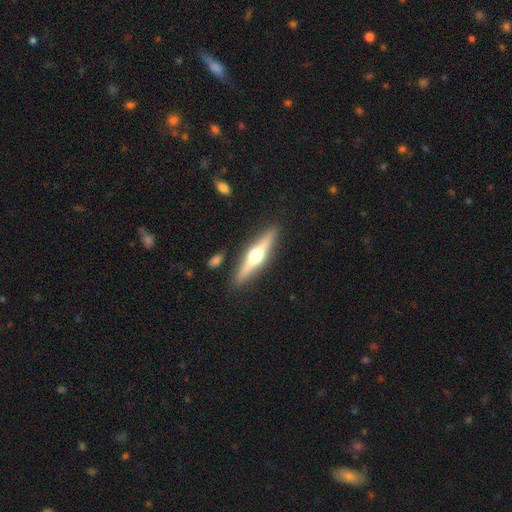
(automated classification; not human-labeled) The model was most divided on "smooth or featured": featured or disk: 70%, smooth: 25%, star or artifact: 5%. More confident: edge-on disk — yes (97%); edge-on bulge — rounded (95%); merging — none (89%).